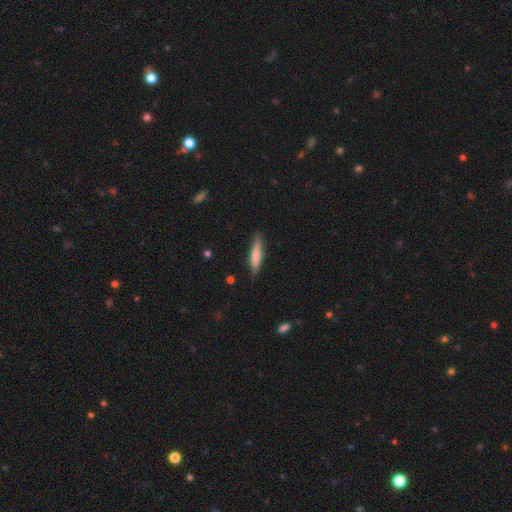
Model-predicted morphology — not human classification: A smooth galaxy with no disk features (72%) that is cigar-shaped (85%).

Vote fractions:
- Smooth or featured? smooth: 72% / featured or disk: 23% / star or artifact: 6%
- How rounded? cigar-shaped: 85% / in between: 14% / round: 1%
- Merging? none: 83% / minor disturbance: 13% / major disturbance: 2% / merger: 1%